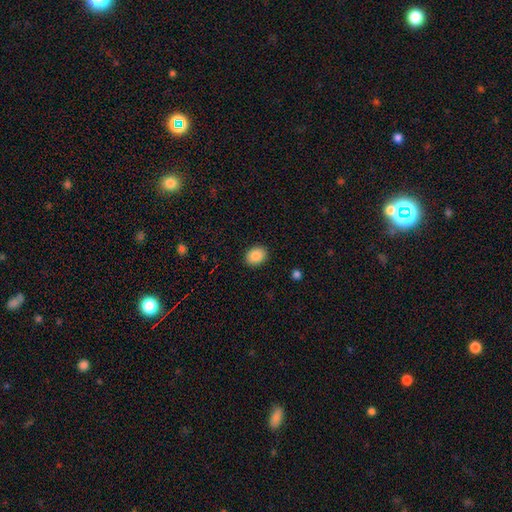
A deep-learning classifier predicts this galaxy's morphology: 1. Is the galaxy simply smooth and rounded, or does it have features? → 88% smooth, 8% star or artifact, 4% featured or disk.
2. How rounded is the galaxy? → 57% in between, 42% round, 1% cigar-shaped.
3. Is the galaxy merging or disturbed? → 90% none, 7% minor disturbance, 2% major disturbance, 1% merger.